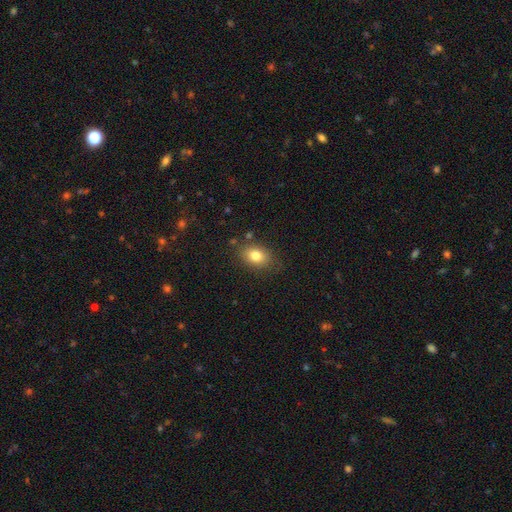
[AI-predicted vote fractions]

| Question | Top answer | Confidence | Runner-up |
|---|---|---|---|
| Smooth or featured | smooth | 81% | star or artifact (10%) |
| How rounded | in between | 75% | round (23%) |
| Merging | none | 79% | minor disturbance (14%) |